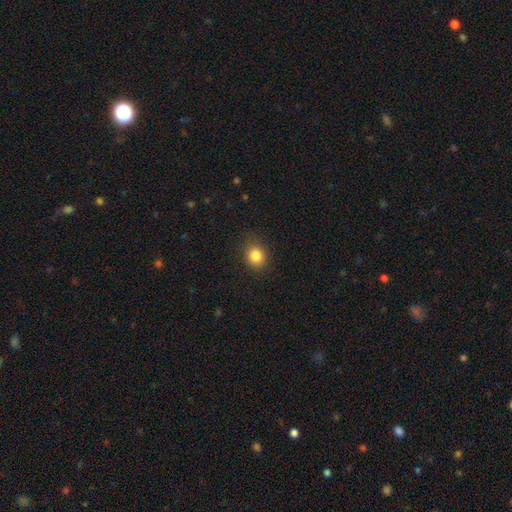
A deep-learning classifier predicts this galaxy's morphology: smooth 84%, star or artifact 10%, featured or disk 5%. Down the decision tree: how rounded — round (68%); merging — none (82%).